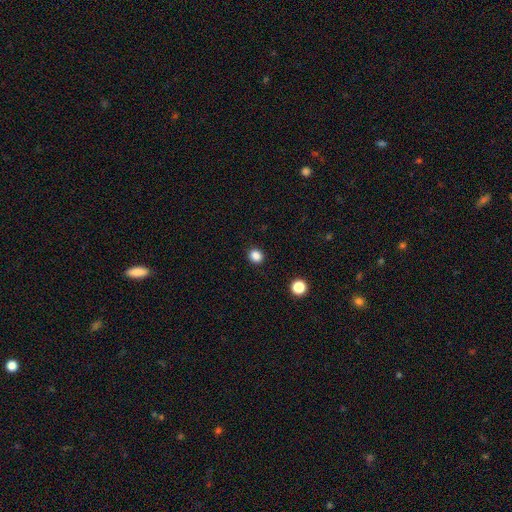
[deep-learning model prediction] Q: Smooth or featured?
A: smooth (85%); runner-up: star or artifact (12%)
Q: How rounded?
A: round (77%); runner-up: in between (22%)
Q: Merging?
A: none (90%); runner-up: minor disturbance (6%)